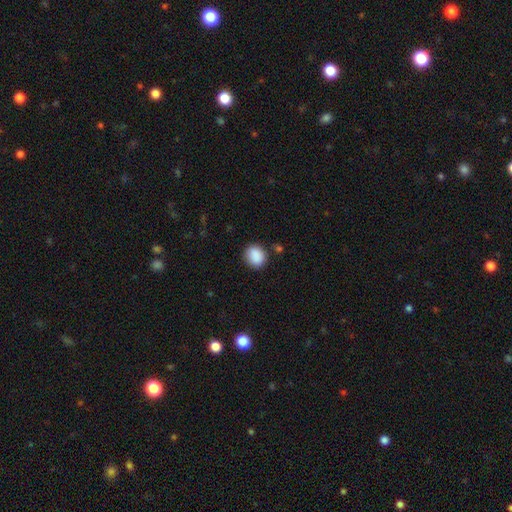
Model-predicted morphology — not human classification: This appears to be a smooth galaxy with no disk features (89%) that is round (63%). Merging: none (84%).